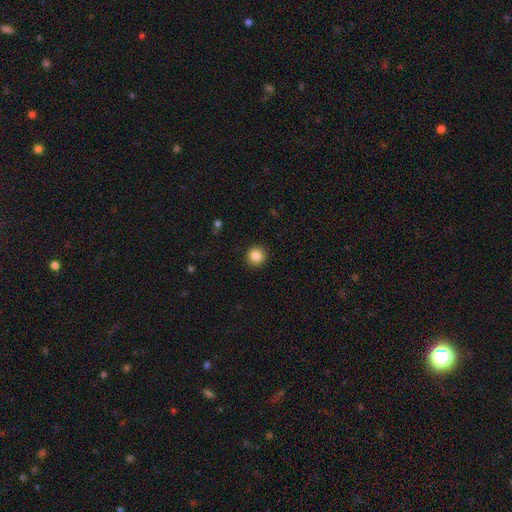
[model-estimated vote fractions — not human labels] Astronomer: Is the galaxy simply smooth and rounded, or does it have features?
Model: smooth — 86%.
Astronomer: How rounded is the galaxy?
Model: round — 93%.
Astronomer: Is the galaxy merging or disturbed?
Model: none — 92%.